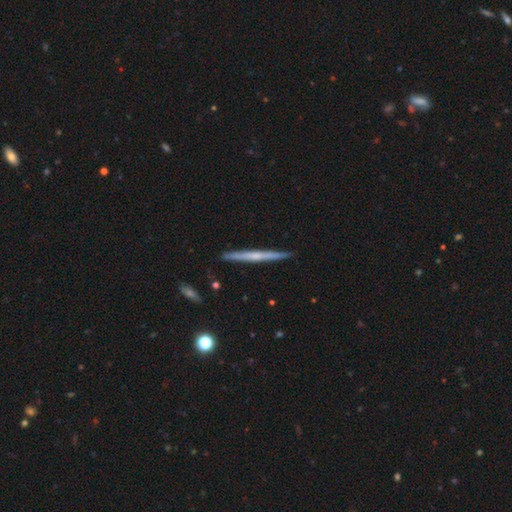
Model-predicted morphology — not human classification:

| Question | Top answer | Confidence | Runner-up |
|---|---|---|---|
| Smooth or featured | featured or disk | 58% | smooth (36%) |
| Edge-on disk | yes | 97% | no (3%) |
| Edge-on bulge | none | 63% | rounded (31%) |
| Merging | none | 91% | minor disturbance (6%) |